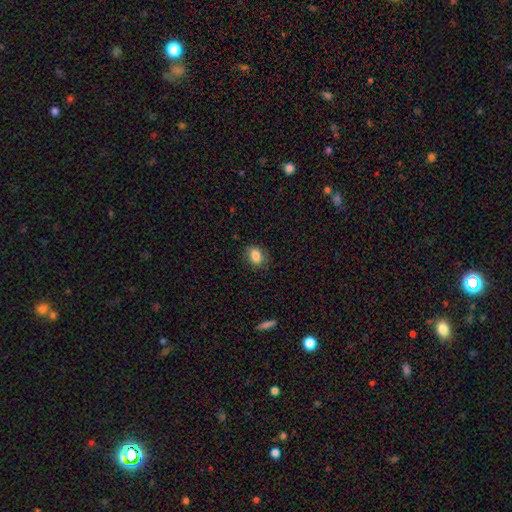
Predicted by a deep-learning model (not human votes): This is clearly a smooth galaxy (84%). How rounded: likely in between (72%). Merging: clearly none (81%).